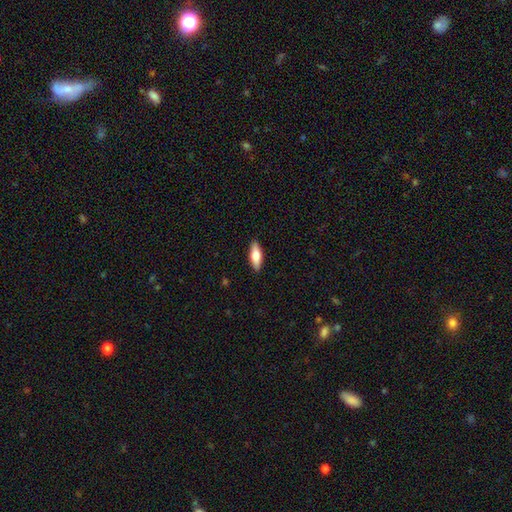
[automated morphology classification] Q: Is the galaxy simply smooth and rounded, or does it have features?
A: smooth — 69%.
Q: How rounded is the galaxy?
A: in between — 62%.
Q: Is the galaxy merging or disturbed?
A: none — 90%.